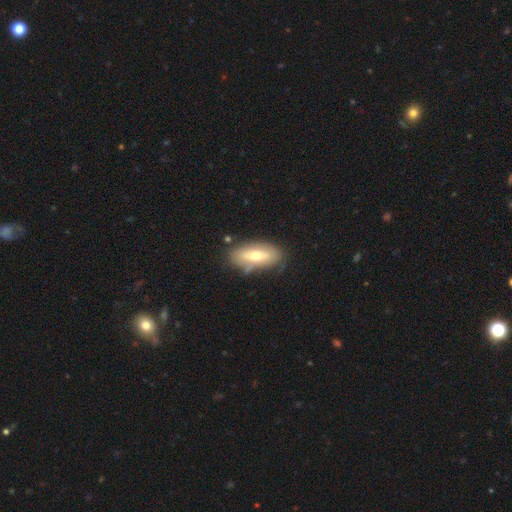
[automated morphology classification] The model was most divided on "smooth or featured": smooth: 58%, featured or disk: 35%, star or artifact: 7%. More confident: how rounded — in between (80%); merging — none (75%).